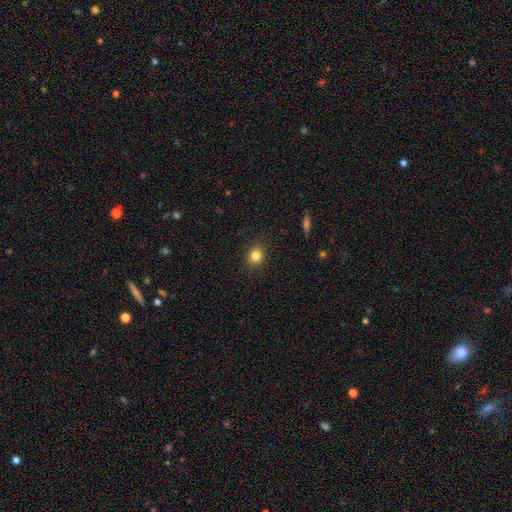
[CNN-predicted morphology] A smooth galaxy with no disk features (83%) that is round (72%). Merging: none (89%).